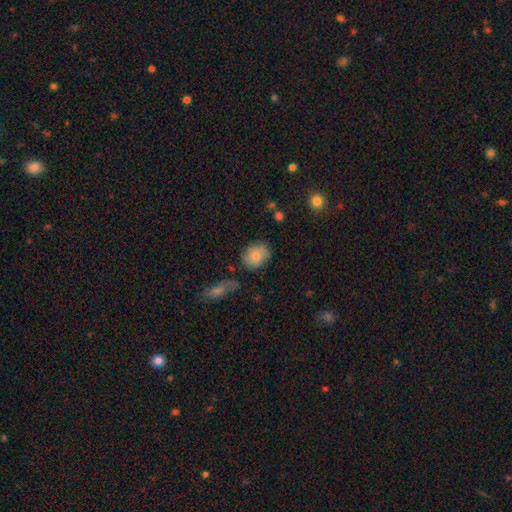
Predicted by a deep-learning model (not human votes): This appears to be a smooth galaxy with no disk features (73%) that is round (62%). Merging: none (70%).